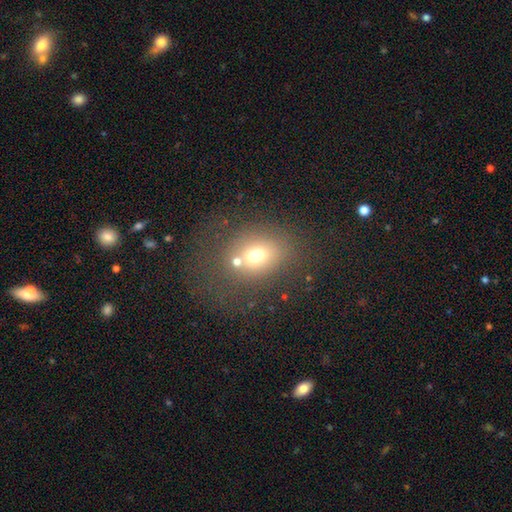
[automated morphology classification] smooth-or-featured: smooth: 67% | star or artifact: 17% | featured or disk: 16%
  how-rounded: round: 53% | in between: 46% | cigar-shaped: 1%
  merging: none: 58% | merger: 19% | minor disturbance: 14% | major disturbance: 10%